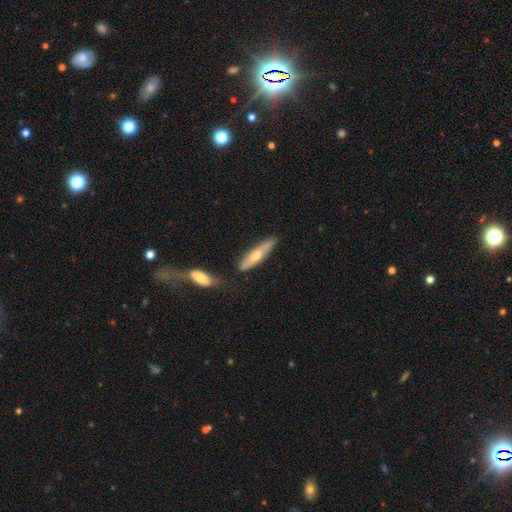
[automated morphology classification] Smooth or featured? Predicted: smooth (p=0.48). Merging? Predicted: none (p=0.69).